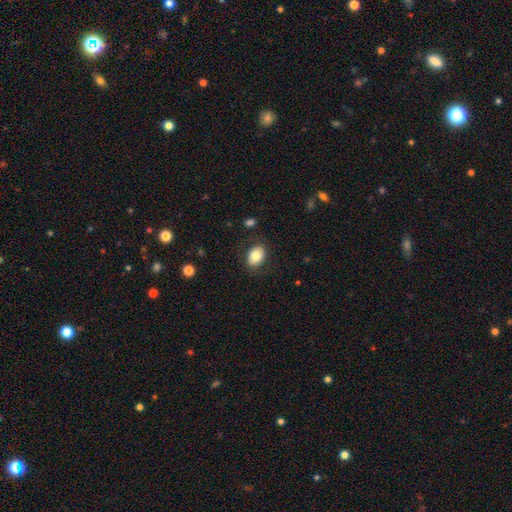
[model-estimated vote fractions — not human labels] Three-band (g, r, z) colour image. It shows a smooth galaxy with no disk features (80%) that is in between round and cigar-shaped (74%). Merging: none (82%).